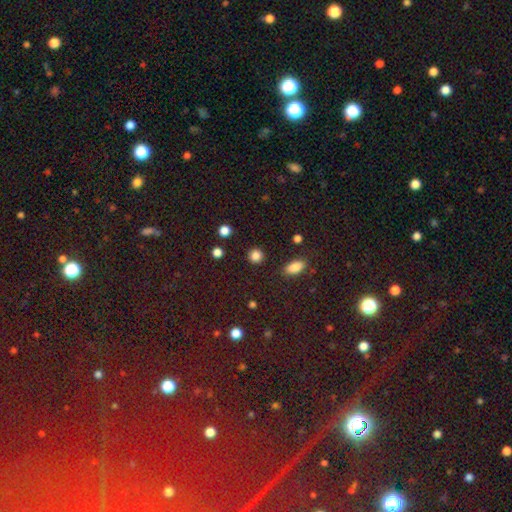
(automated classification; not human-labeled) Q: Smooth or featured?
A: smooth (86%); runner-up: star or artifact (11%)
Q: How rounded?
A: round (90%); runner-up: in between (9%)
Q: Merging?
A: none (90%); runner-up: minor disturbance (6%)